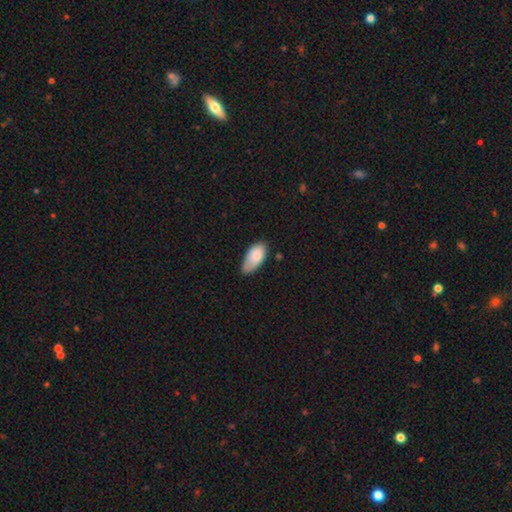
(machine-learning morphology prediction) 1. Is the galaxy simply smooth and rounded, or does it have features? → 84% smooth, 10% featured or disk, 6% star or artifact.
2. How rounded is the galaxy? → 93% in between, 5% cigar-shaped, 2% round.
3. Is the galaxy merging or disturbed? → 51% none, 39% minor disturbance, 7% major disturbance, 2% merger.